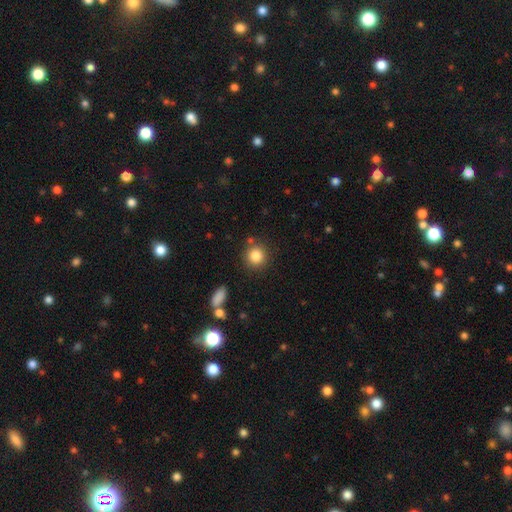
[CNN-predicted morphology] Q: Smooth or featured?
A: smooth (84%); runner-up: star or artifact (10%)
Q: How rounded?
A: round (91%); runner-up: in between (8%)
Q: Merging?
A: none (83%); runner-up: minor disturbance (9%)